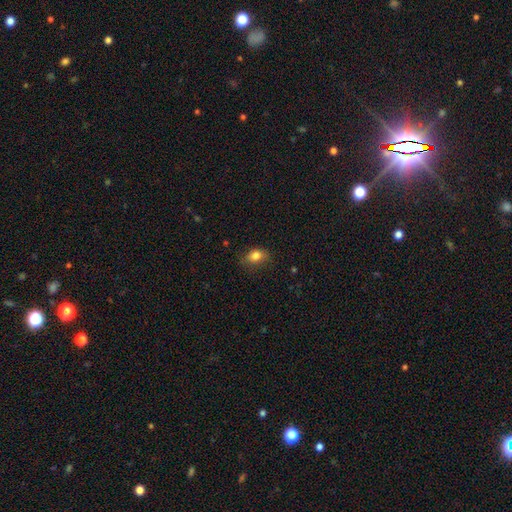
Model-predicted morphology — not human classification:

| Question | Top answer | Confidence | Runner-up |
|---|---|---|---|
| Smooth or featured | smooth | 83% | star or artifact (10%) |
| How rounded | in between | 72% | round (26%) |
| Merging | none | 74% | minor disturbance (20%) |